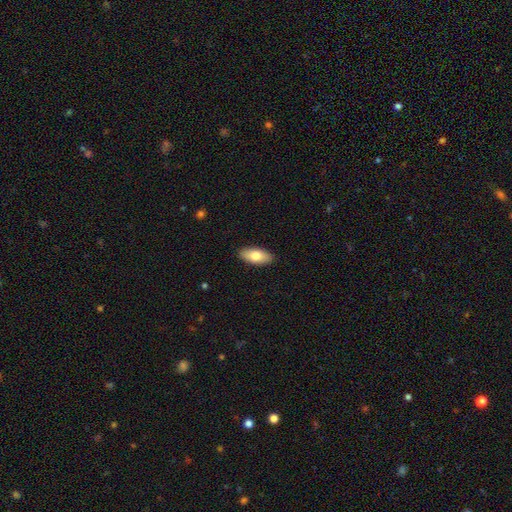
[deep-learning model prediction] The model was most divided on "smooth or featured": smooth: 78%, featured or disk: 16%, star or artifact: 6%. More confident: merging — none (90%); how rounded — in between (90%).